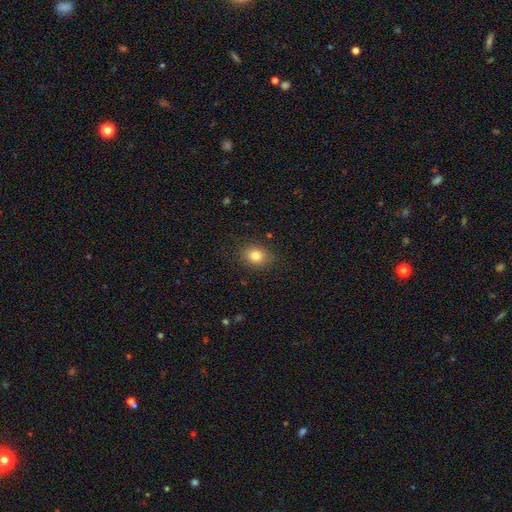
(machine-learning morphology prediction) smooth_or_featured: smooth (p=0.82) [alt: star or artifact p=0.11]
how_rounded: round (p=0.56) [alt: in between p=0.43]
merging: none (p=0.86) [alt: minor disturbance p=0.10]